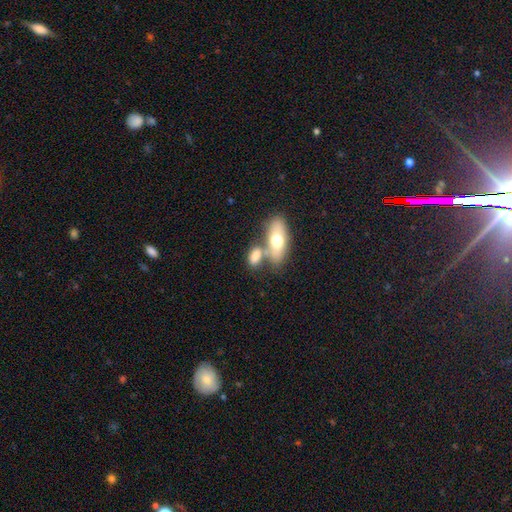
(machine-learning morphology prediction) A smooth galaxy with no disk features (74%) that is in between round and cigar-shaped (82%).

Vote fractions:
- Smooth or featured? smooth: 74% / featured or disk: 19% / star or artifact: 7%
- How rounded? in between: 82% / cigar-shaped: 10% / round: 8%
- Merging? merger: 42% / none: 41% / minor disturbance: 12% / major disturbance: 6%